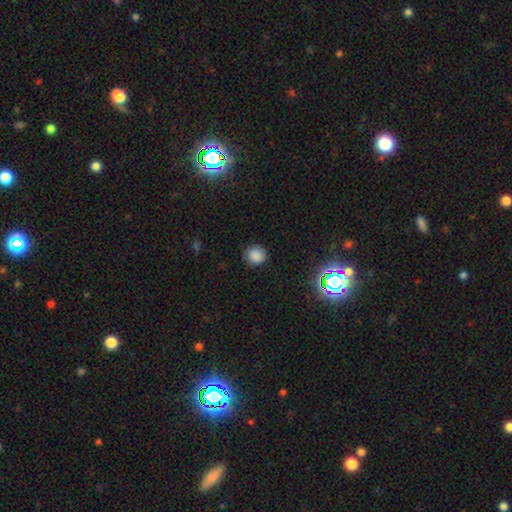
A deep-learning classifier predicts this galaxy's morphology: Overall: smooth (84%). How rounded: round (85%). Merging: none (83%).